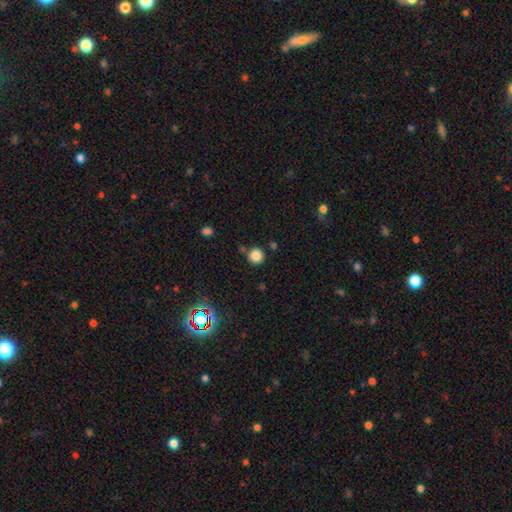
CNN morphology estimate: smooth_or_featured: smooth (p=0.83) [alt: star or artifact p=0.12]
how_rounded: round (p=0.94) [alt: in between p=0.05]
merging: none (p=0.80) [alt: minor disturbance p=0.09]